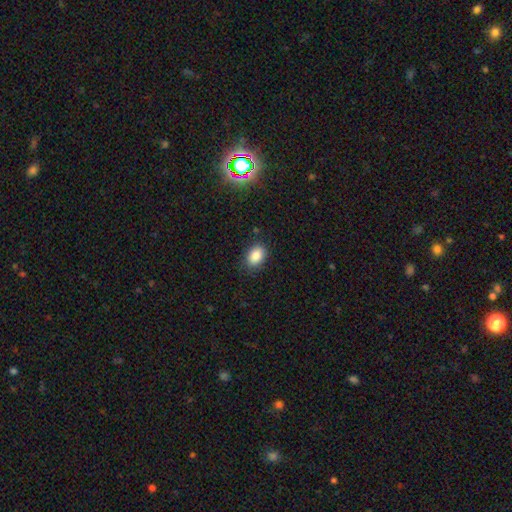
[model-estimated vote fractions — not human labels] Morphology: type=smooth (87%); roundness=in between (83%); merging=none (85%).